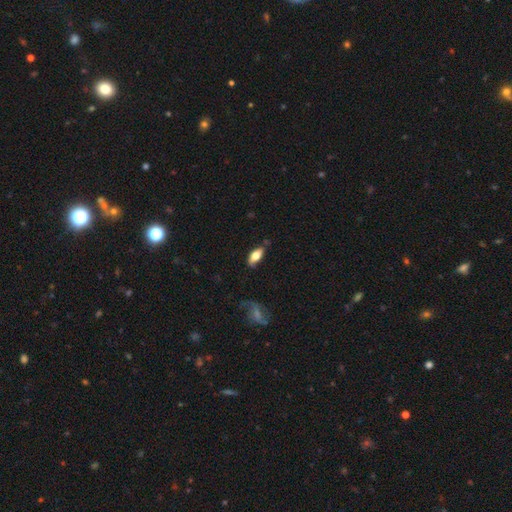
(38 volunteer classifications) Smooth or featured? 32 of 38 (84%) said smooth. How rounded? 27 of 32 (84%) said in between. Merging? 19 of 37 (51%) said none.